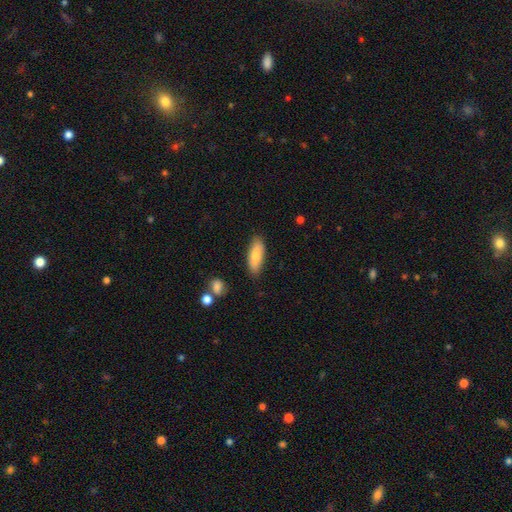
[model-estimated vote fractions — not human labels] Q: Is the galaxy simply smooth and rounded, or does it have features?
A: smooth — 79%.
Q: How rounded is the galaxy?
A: in between — 64%.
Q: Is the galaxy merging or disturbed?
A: none — 84%.